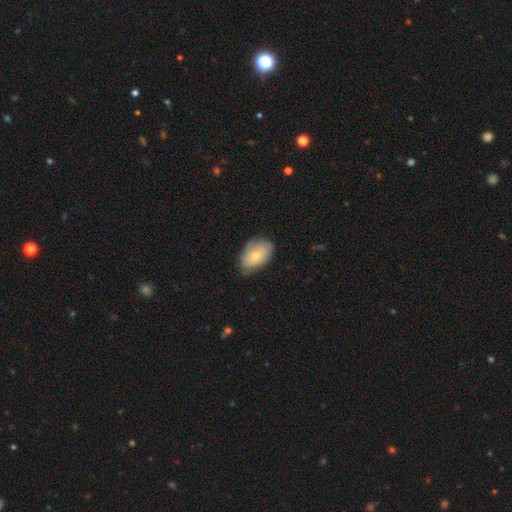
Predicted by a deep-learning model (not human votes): Smooth or featured? smooth (69%)
How rounded? in between (89%)
Merging? none (68%)